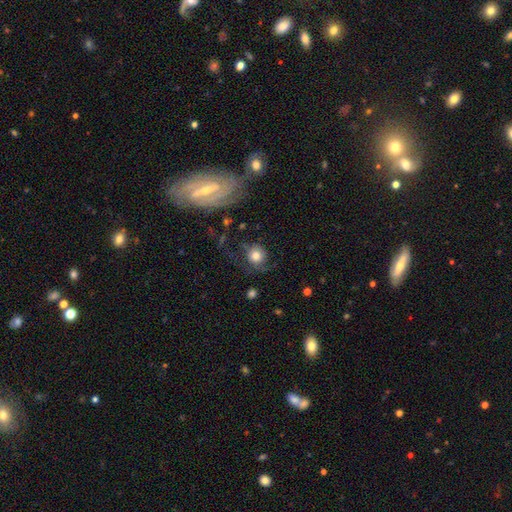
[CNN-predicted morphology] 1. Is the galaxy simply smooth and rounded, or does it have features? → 65% smooth, 26% featured or disk, 9% star or artifact.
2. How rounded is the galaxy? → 84% round, 15% in between, 1% cigar-shaped.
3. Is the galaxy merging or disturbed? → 55% none, 21% minor disturbance, 21% major disturbance, 4% merger.